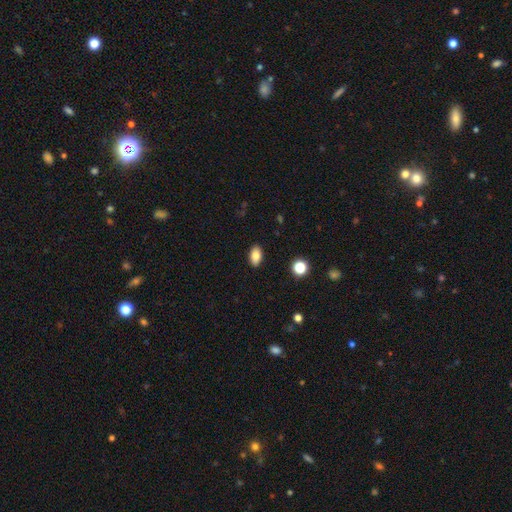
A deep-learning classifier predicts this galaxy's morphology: smooth-or-featured: smooth: 81% | featured or disk: 10% | star or artifact: 9%
  how-rounded: in between: 90% | round: 7% | cigar-shaped: 3%
  merging: none: 89% | minor disturbance: 8% | major disturbance: 2% | merger: 1%